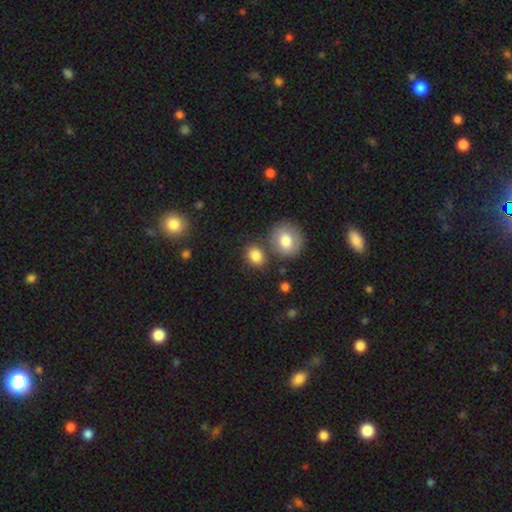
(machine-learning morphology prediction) The model was most divided on "how rounded": round: 54%, in between: 45%, cigar-shaped: 1%. More confident: smooth or featured — smooth (84%); merging — none (69%).